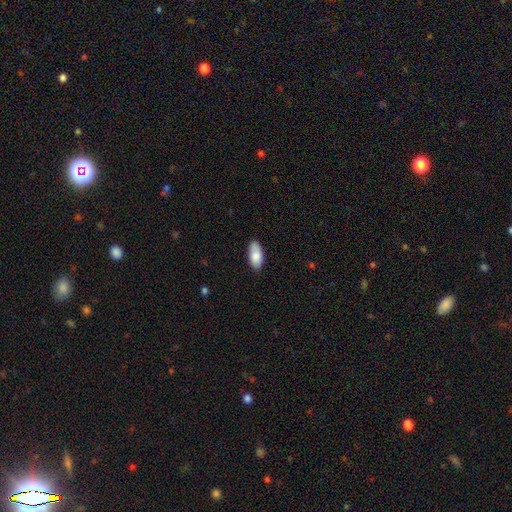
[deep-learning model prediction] This appears to be a smooth galaxy with no disk features (87%) that is in between round and cigar-shaped (91%). Merging: none (84%).